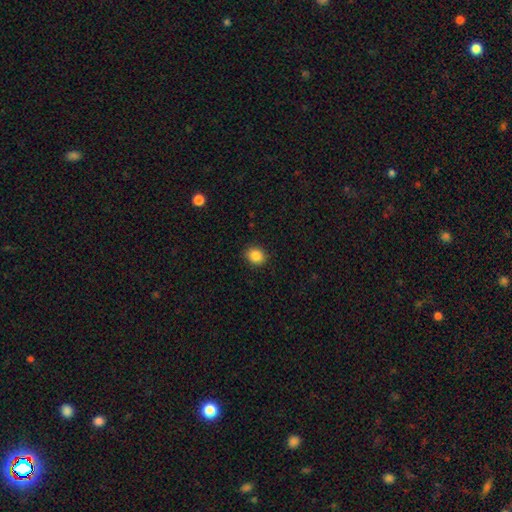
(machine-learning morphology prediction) Overall: smooth (87%). How rounded: round (70%). Merging: none (89%).